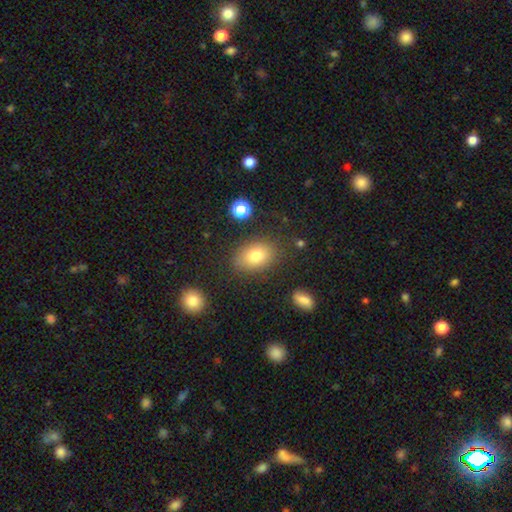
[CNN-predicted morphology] Overall: smooth (79%). How rounded: in between (81%). Merging: none (81%).